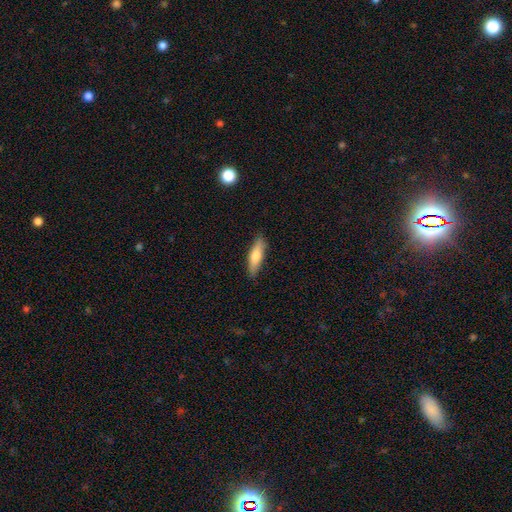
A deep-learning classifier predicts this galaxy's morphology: Smooth or featured: smooth — 75% (featured or disk — 19%)
How rounded: cigar-shaped — 61% (in between — 38%)
Merging: none — 86% (minor disturbance — 10%)